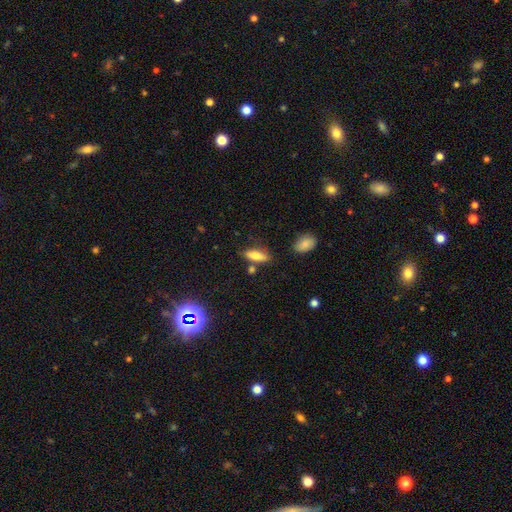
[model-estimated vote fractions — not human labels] Smooth or featured?
  - smooth: 74% *
  - featured or disk: 18%
  - star or artifact: 8%
How rounded?
  - in between: 65% *
  - cigar-shaped: 32%
  - round: 3%
Merging?
  - none: 73% *
  - minor disturbance: 15%
  - merger: 8%
  - major disturbance: 4%